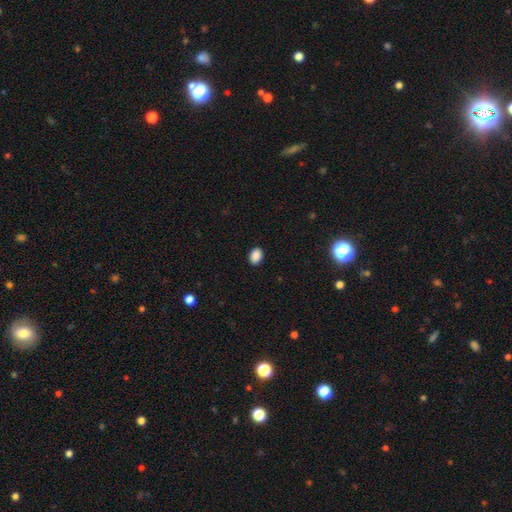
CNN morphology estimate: smooth 89%, star or artifact 9%, featured or disk 3%. Down the decision tree: how rounded — in between (72%); merging — none (90%).